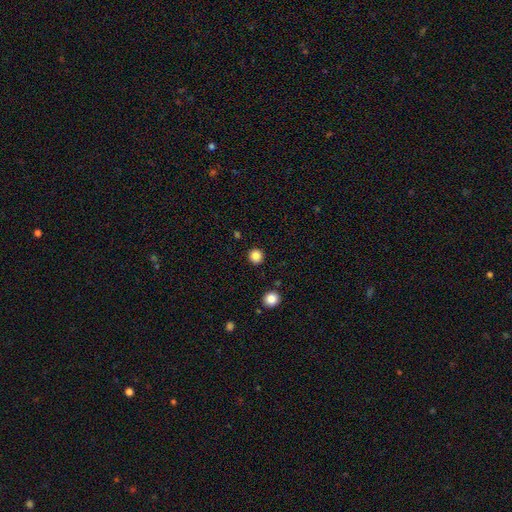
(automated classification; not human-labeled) Morphology: type=smooth (85%); roundness=round (94%); merging=none (92%).